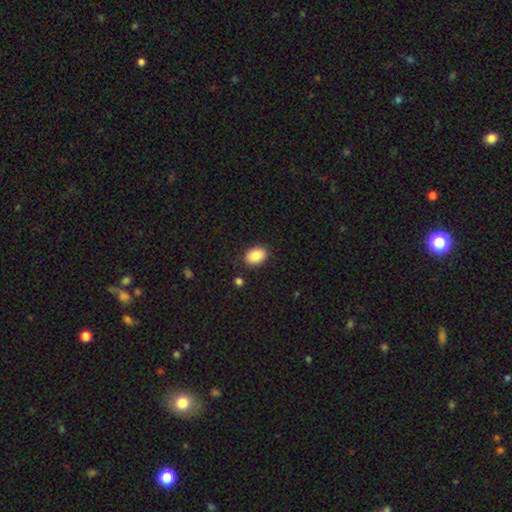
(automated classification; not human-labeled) This is clearly a smooth galaxy (88%). How rounded: likely in between (80%). Merging: clearly none (86%).